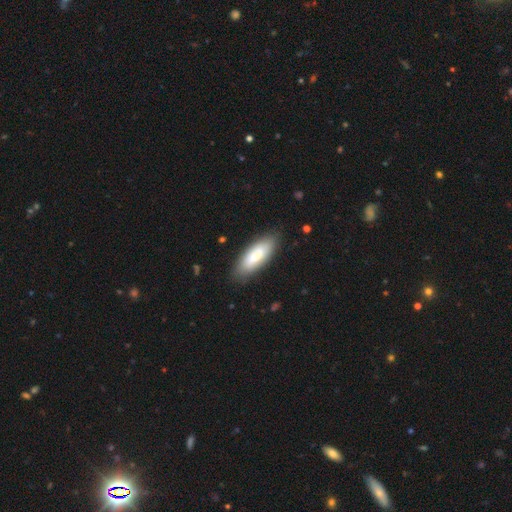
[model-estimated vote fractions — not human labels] This appears to be a smooth galaxy with no disk features (75%) that is in between round and cigar-shaped (73%). Merging: none (83%).